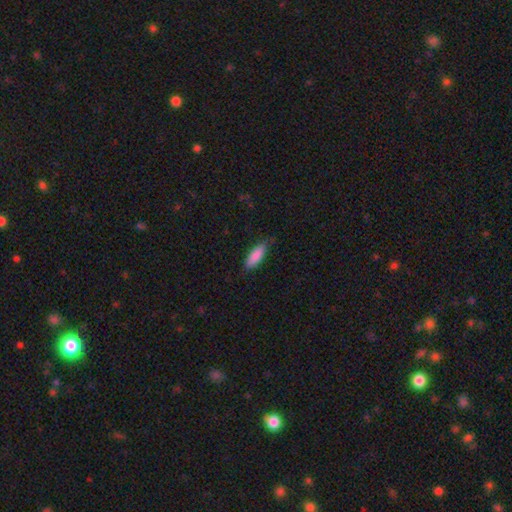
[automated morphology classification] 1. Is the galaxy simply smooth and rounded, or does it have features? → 87% smooth, 7% featured or disk, 6% star or artifact.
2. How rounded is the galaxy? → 65% in between, 34% cigar-shaped, 2% round.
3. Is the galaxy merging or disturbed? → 72% none, 23% minor disturbance, 4% major disturbance, 1% merger.